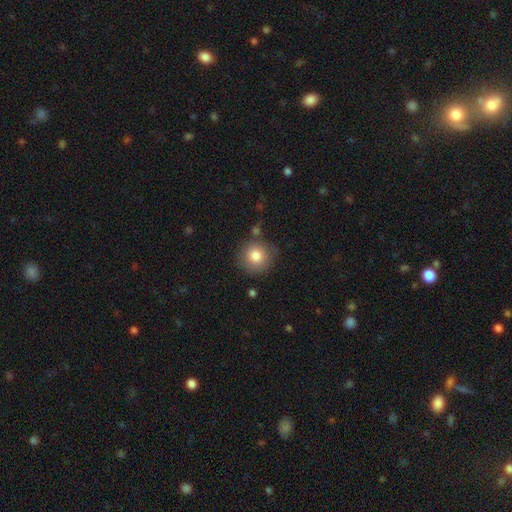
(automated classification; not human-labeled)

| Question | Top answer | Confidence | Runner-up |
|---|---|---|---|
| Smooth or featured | smooth | 82% | star or artifact (9%) |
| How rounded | round | 92% | in between (7%) |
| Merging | none | 79% | minor disturbance (12%) |